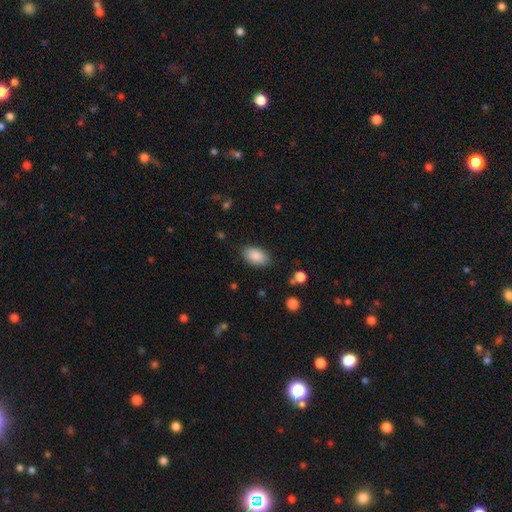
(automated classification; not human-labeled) This appears to be a smooth galaxy with no disk features (88%) that is in between round and cigar-shaped (93%). Merging: none (84%).